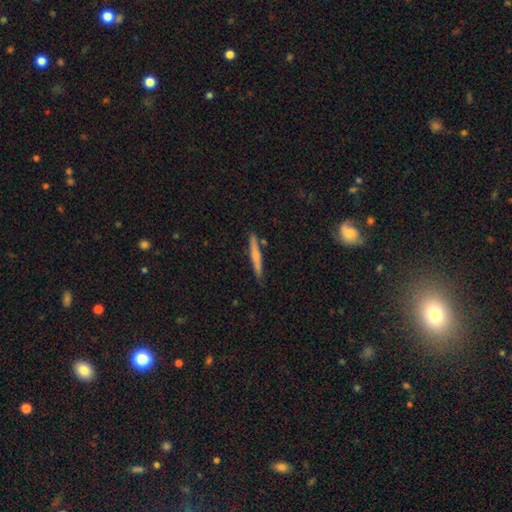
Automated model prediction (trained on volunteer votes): Morphology: type=smooth (55%); roundness=cigar-shaped (95%); merging=none (86%).